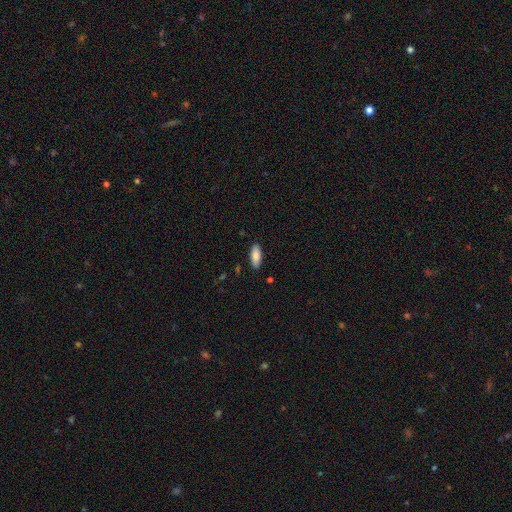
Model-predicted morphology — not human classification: smooth 83%, featured or disk 11%, star or artifact 6%. Down the decision tree: how rounded — in between (81%); merging — none (88%).